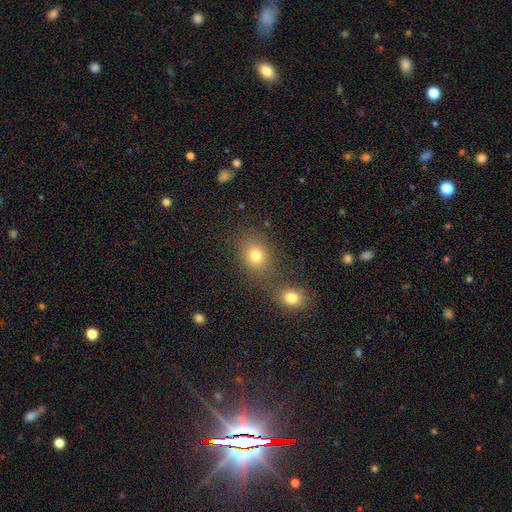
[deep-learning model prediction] Morphology: type=smooth (76%); roundness=round (56%); merging=none (63%).